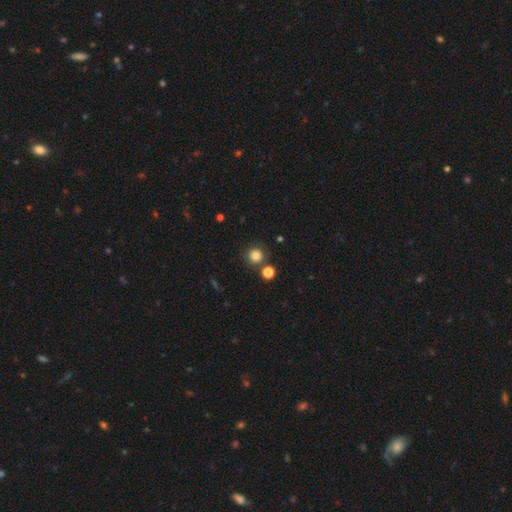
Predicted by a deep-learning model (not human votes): Smooth or featured? Predicted: smooth (p=0.82). How rounded? Predicted: round (p=0.93). Merging? Predicted: none (p=0.79).